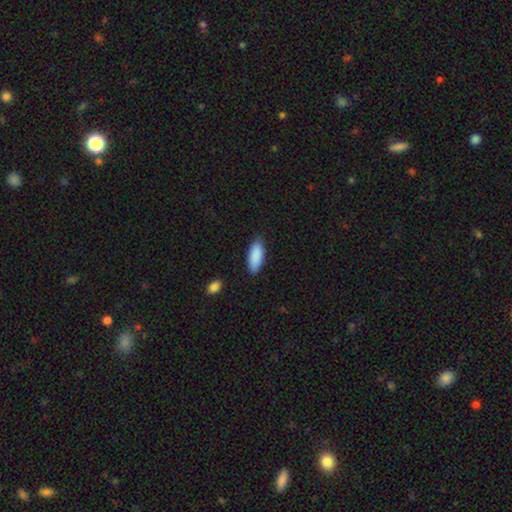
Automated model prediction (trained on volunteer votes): Smooth or featured? Predicted: smooth (p=0.90). How rounded? Predicted: in between (p=0.78). Merging? Predicted: none (p=0.85).